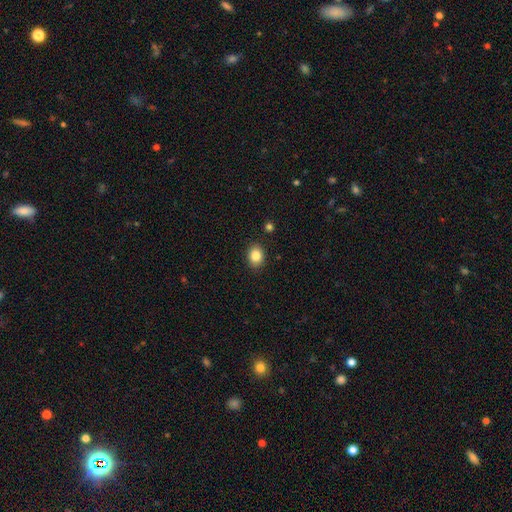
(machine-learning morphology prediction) smooth-or-featured: smooth: 85% | star or artifact: 9% | featured or disk: 6%
  how-rounded: in between: 52% | round: 47% | cigar-shaped: 1%
  merging: none: 88% | minor disturbance: 8% | major disturbance: 2% | merger: 2%